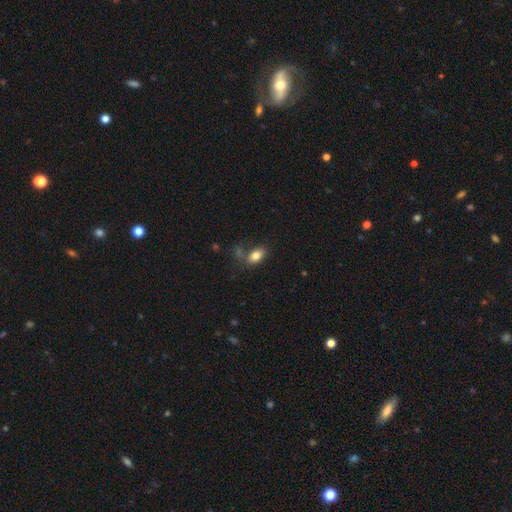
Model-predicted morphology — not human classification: smooth_or_featured: smooth (p=0.82) [alt: featured or disk p=0.09]
how_rounded: in between (p=0.87) [alt: round p=0.10]
merging: none (p=0.62) [alt: minor disturbance p=0.18]